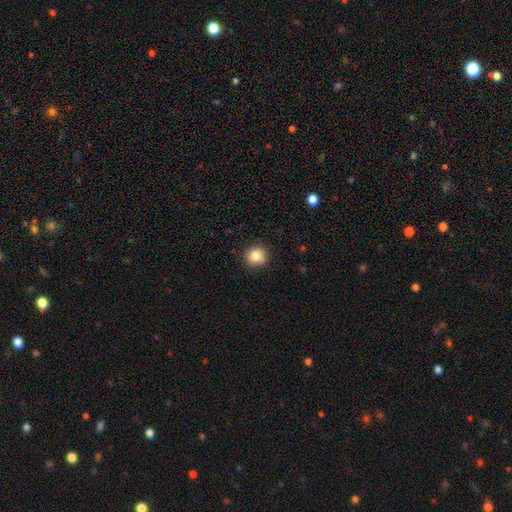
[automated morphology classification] Smooth or featured: smooth — 83% (star or artifact — 10%)
How rounded: round — 92% (in between — 7%)
Merging: none — 88% (minor disturbance — 9%)